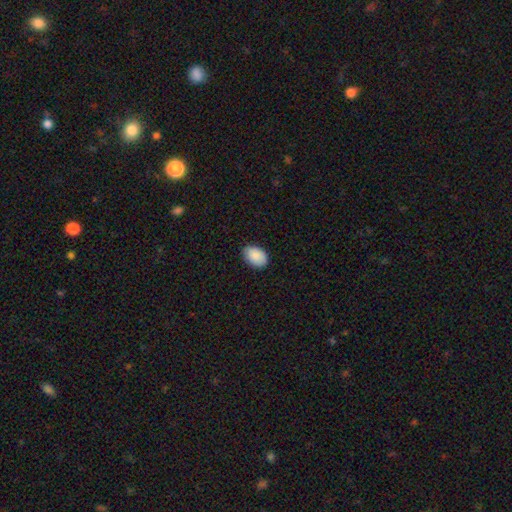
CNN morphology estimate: Smooth or featured? Predicted: smooth (p=0.90). How rounded? Predicted: in between (p=0.84). Merging? Predicted: none (p=0.84).